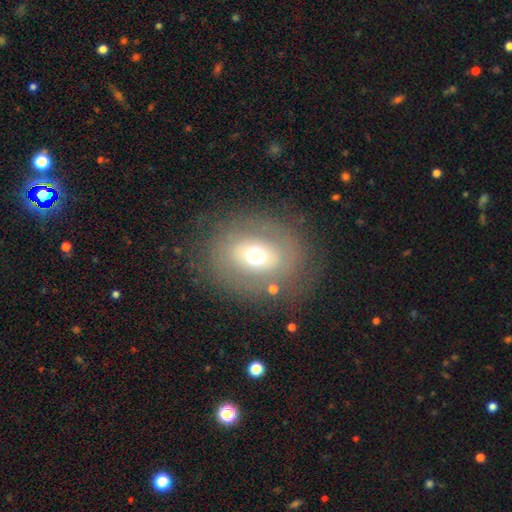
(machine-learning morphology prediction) Overall: smooth (56%; featured or disk 30%). How rounded: round (55%; in between 44%). Merging: none (76%).